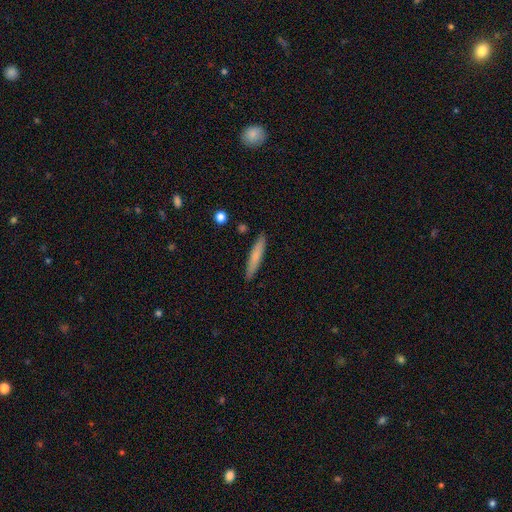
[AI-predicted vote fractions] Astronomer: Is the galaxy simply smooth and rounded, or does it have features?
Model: smooth — 75%.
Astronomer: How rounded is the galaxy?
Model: cigar-shaped — 91%.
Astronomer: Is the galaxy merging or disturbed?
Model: none — 89%.